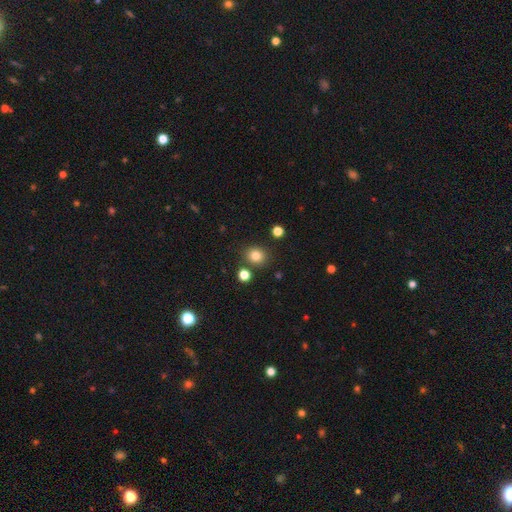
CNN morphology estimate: This appears to be a smooth galaxy with no disk features (81%) that is round (77%). Merging: none (83%).